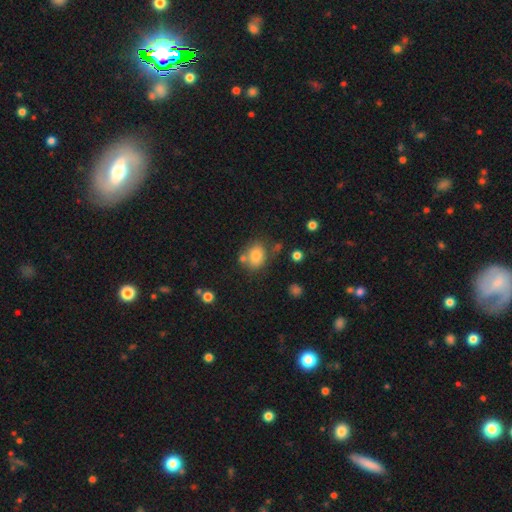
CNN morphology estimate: Smooth or featured?
  - smooth: 78% *
  - star or artifact: 11%
  - featured or disk: 11%
How rounded?
  - round: 58% *
  - in between: 42%
  - cigar-shaped: 1%
Merging?
  - none: 65% *
  - merger: 15%
  - minor disturbance: 15%
  - major disturbance: 5%